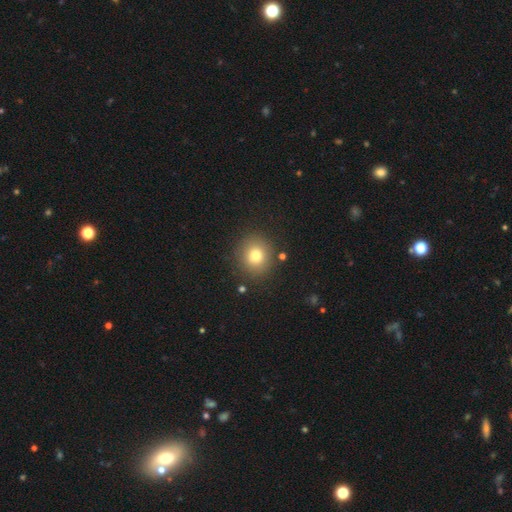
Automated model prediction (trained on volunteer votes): Smooth or featured? smooth (76%)
How rounded? round (84%)
Merging? none (87%)